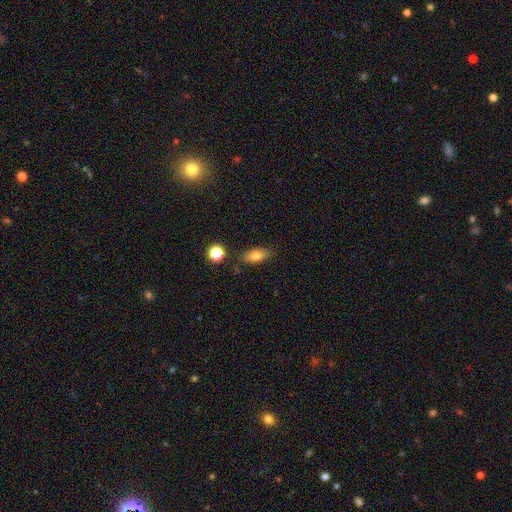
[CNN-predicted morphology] A smooth galaxy with no disk features (76%) that is in between round and cigar-shaped (77%). Merging: none (80%).